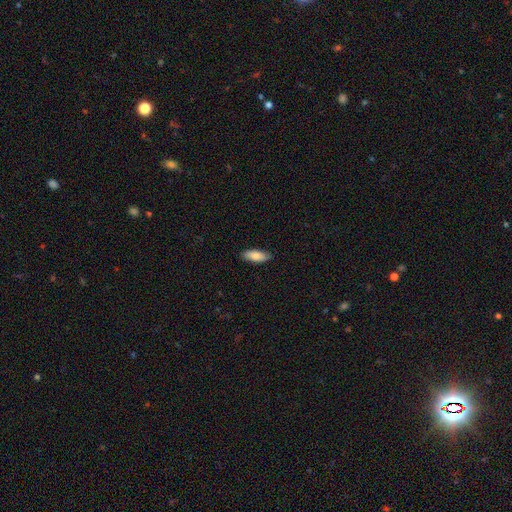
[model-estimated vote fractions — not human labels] Smooth or featured: smooth — 85% (featured or disk — 10%)
How rounded: in between — 71% (cigar-shaped — 27%)
Merging: none — 86% (minor disturbance — 11%)